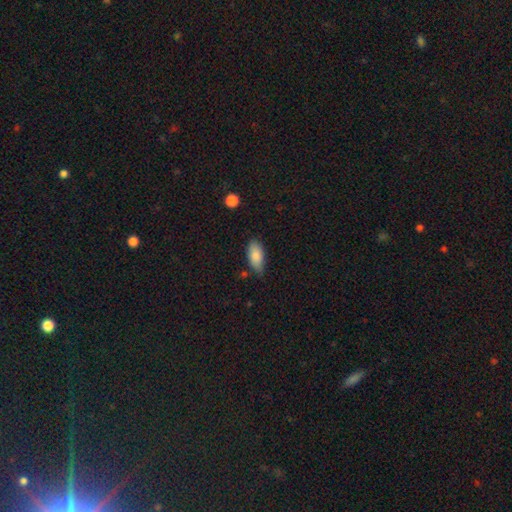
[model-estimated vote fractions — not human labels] smooth 84%, featured or disk 9%, star or artifact 7%. Down the decision tree: how rounded — in between (89%); merging — none (65%).